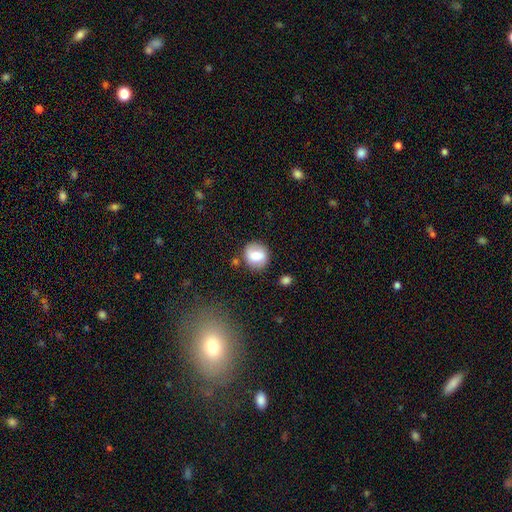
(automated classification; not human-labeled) Smooth or featured: smooth — 66% (featured or disk — 25%)
How rounded: round — 78% (in between — 20%)
Merging: none — 78% (minor disturbance — 14%)